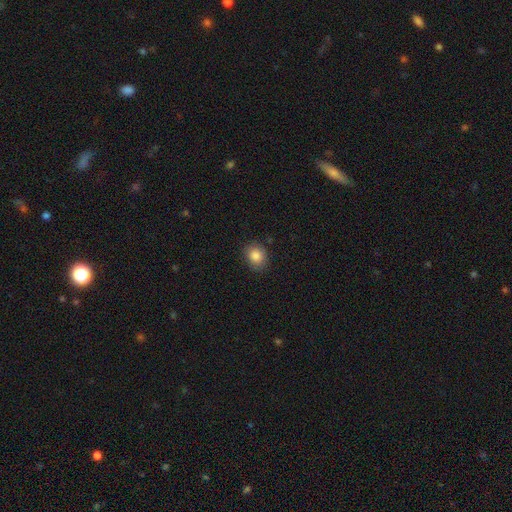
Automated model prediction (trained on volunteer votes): This appears to be a smooth galaxy with no disk features (85%) that is round (58%). Merging: none (83%).